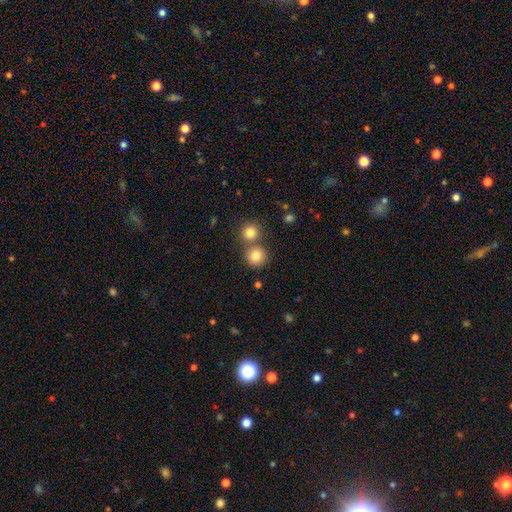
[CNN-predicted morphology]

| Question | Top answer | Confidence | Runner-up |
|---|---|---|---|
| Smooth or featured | smooth | 81% | star or artifact (12%) |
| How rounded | round | 91% | in between (8%) |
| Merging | none | 64% | merger (27%) |